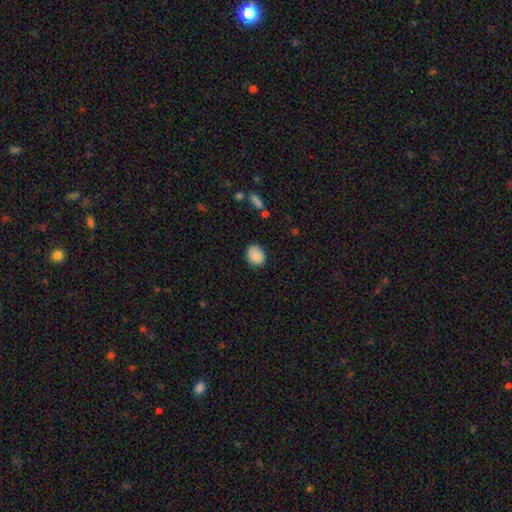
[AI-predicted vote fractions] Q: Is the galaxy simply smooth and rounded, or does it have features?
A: smooth — 88%.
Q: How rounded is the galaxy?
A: round — 62%.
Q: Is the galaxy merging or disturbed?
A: none — 80%.